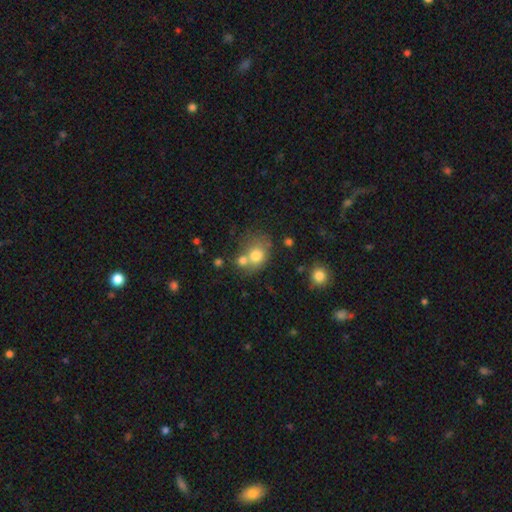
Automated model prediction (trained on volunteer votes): Smooth or featured? Predicted: smooth (p=0.74). How rounded? Predicted: round (p=0.60). Merging? Predicted: none (p=0.41).